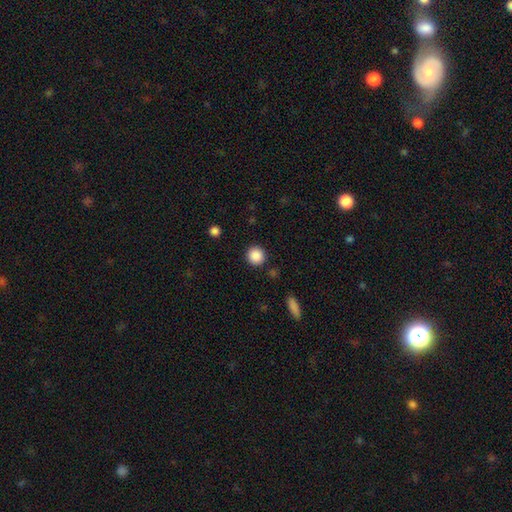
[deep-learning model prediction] This appears to be a smooth galaxy with no disk features (88%) that is round (94%). Merging: none (90%).